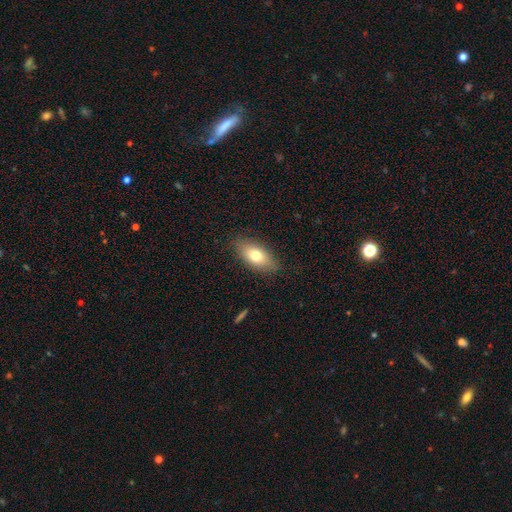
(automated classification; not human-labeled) A smooth galaxy with no disk features (74%) that is in between round and cigar-shaped (86%). Merging: none (85%).